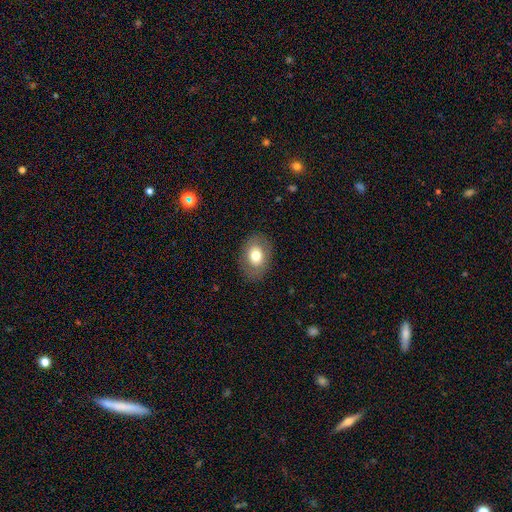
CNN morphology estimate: Smooth or featured: smooth — 72% (featured or disk — 20%)
How rounded: in between — 69% (round — 30%)
Merging: none — 84% (minor disturbance — 11%)